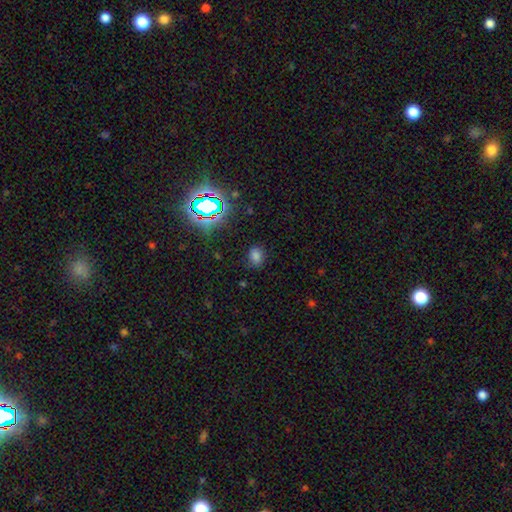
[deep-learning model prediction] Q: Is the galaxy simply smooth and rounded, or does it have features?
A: smooth — 70%.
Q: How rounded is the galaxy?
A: in between — 55%.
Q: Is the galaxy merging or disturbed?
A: none — 80%.